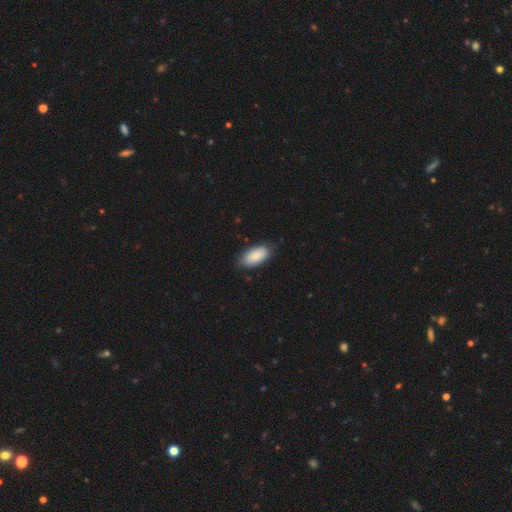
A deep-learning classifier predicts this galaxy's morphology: This is clearly a smooth galaxy (85%). How rounded: clearly in between (93%). Merging: clearly none (80%).